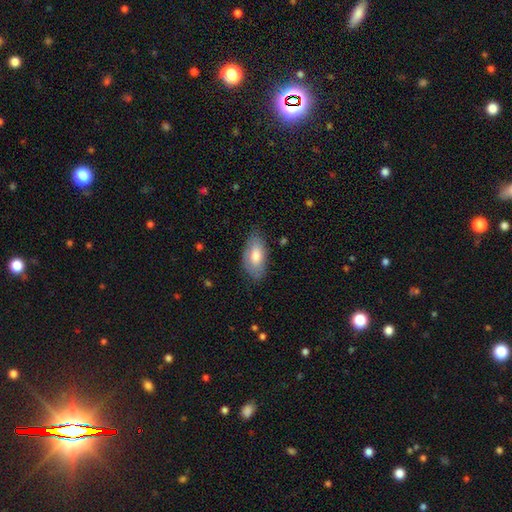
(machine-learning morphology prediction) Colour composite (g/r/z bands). It shows a smooth galaxy with no disk features (72%) that is in between round and cigar-shaped (93%). Merging: none (75%).